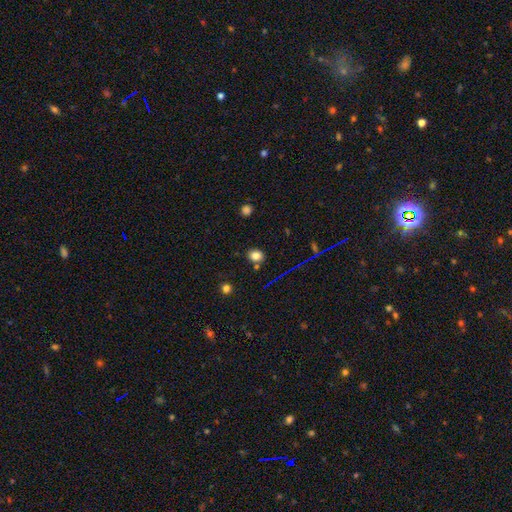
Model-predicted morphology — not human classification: This appears to be a smooth galaxy with no disk features (79%) that is round (57%). Merging: none (79%).